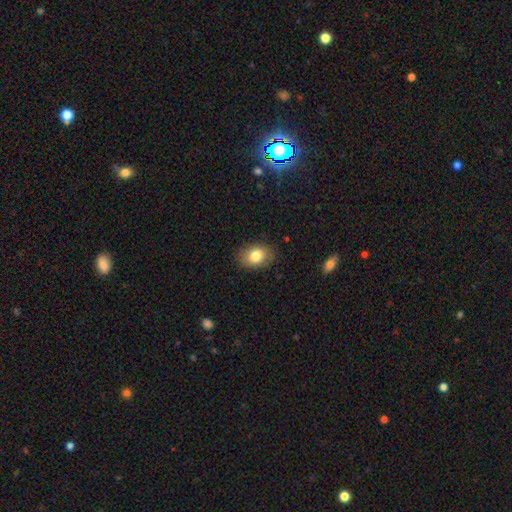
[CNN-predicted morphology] The model was most divided on "how rounded": in between: 76%, round: 23%, cigar-shaped: 1%. More confident: merging — none (85%); smooth or featured — smooth (81%).